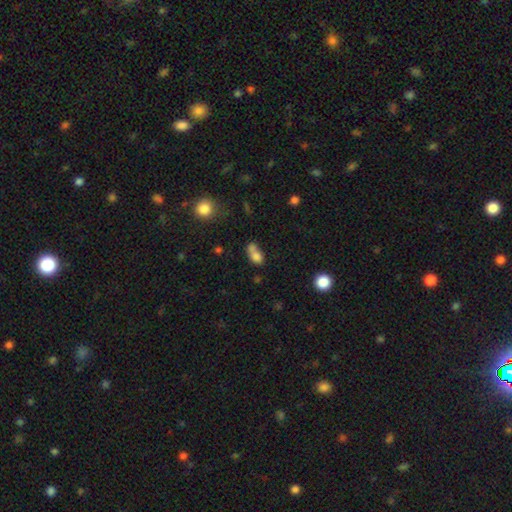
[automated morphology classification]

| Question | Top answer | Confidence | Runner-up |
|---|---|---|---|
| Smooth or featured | smooth | 76% | featured or disk (13%) |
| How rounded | in between | 70% | round (27%) |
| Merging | merger | 51% | none (28%) |